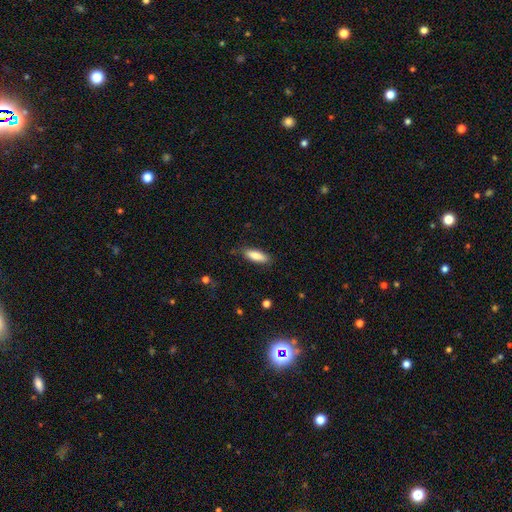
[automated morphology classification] smooth_or_featured: smooth (p=0.84) [alt: featured or disk p=0.10]
how_rounded: in between (p=0.58) [alt: cigar-shaped p=0.41]
merging: none (p=0.80) [alt: minor disturbance p=0.16]